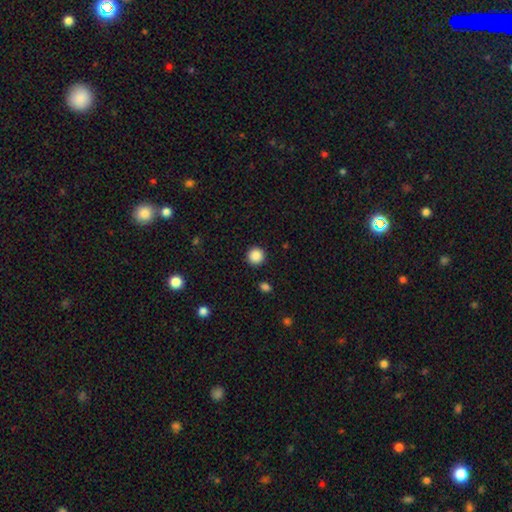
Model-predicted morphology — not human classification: Q: Smooth or featured?
A: smooth (87%); runner-up: star or artifact (10%)
Q: How rounded?
A: round (95%); runner-up: in between (4%)
Q: Merging?
A: none (92%); runner-up: minor disturbance (5%)